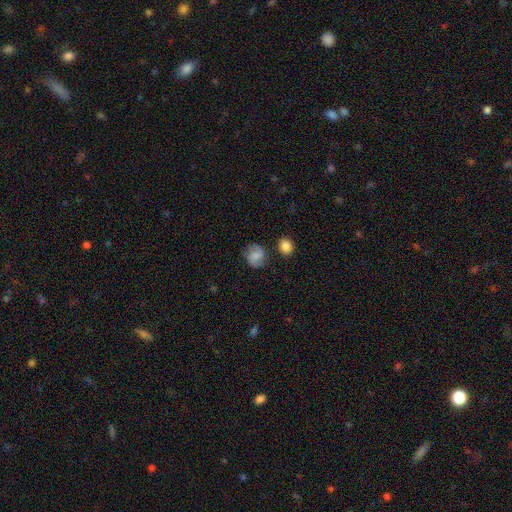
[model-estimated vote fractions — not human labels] smooth 45% (tied), featured or disk 45% (tied), star or artifact 10%. Down the decision tree: merging — none (75%).